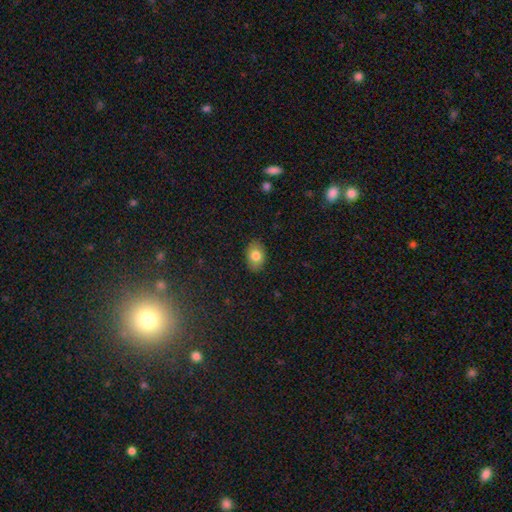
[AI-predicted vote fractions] A smooth galaxy with no disk features (80%) that is in between round and cigar-shaped (81%). Merging: none (87%).